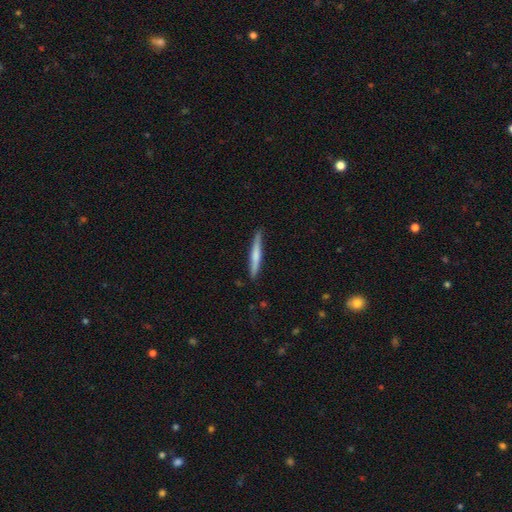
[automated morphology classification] smooth 56%, featured or disk 39%, star or artifact 5%. Down the decision tree: how rounded — cigar-shaped (96%); merging — none (88%).